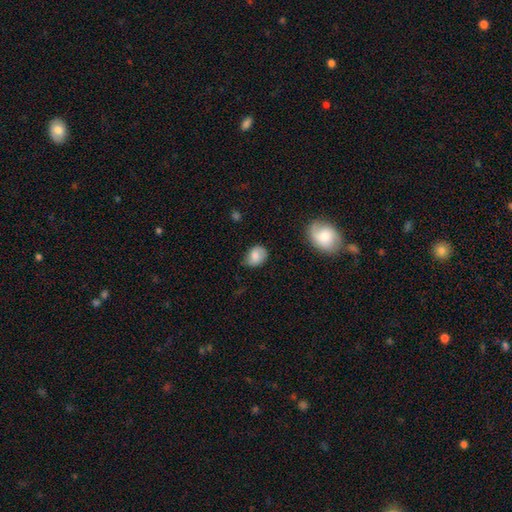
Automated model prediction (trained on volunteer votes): A smooth galaxy with no disk features (77%) that is in between round and cigar-shaped (62%). Merging: none (64%).